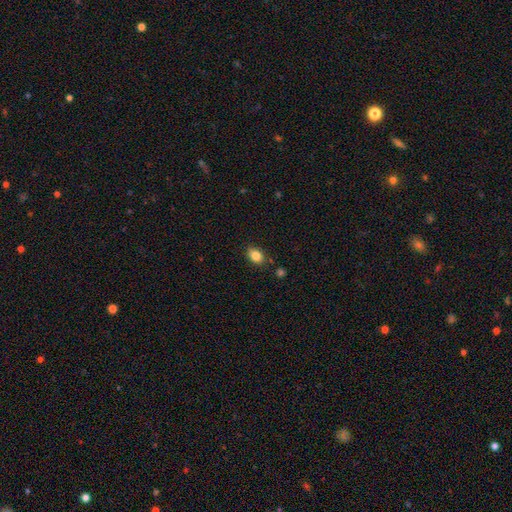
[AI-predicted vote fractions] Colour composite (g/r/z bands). It shows a smooth galaxy with no disk features (84%) that is in between round and cigar-shaped (74%). Merging: none (83%).